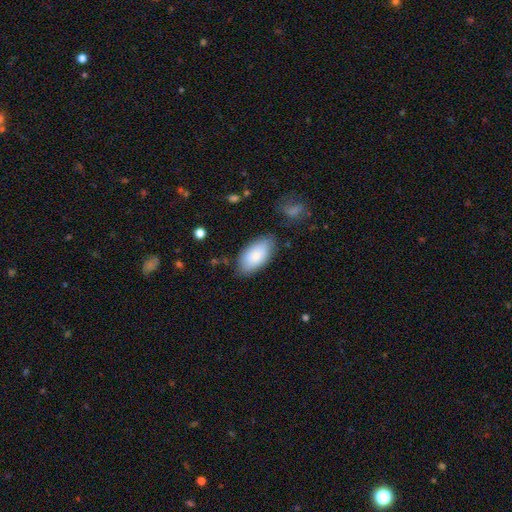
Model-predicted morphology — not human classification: A smooth galaxy with no disk features (81%) that is in between round and cigar-shaped (94%). Merging: none (77%).